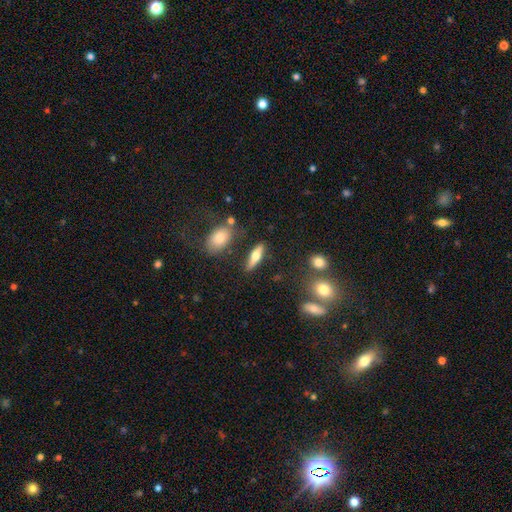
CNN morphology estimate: smooth 49%, featured or disk 44%, star or artifact 7%. Down the decision tree: merging — none (80%).